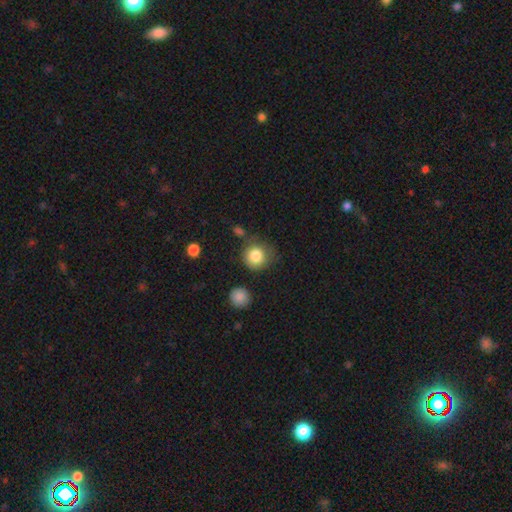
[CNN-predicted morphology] smooth 84%, star or artifact 9%, featured or disk 7%. Down the decision tree: how rounded — round (89%); merging — none (69%).